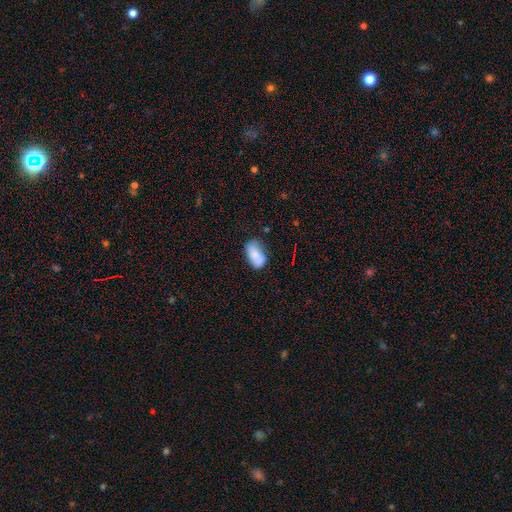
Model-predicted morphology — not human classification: This appears to be a smooth galaxy with no disk features (77%) that is in between round and cigar-shaped (91%). Merging: none (53%).